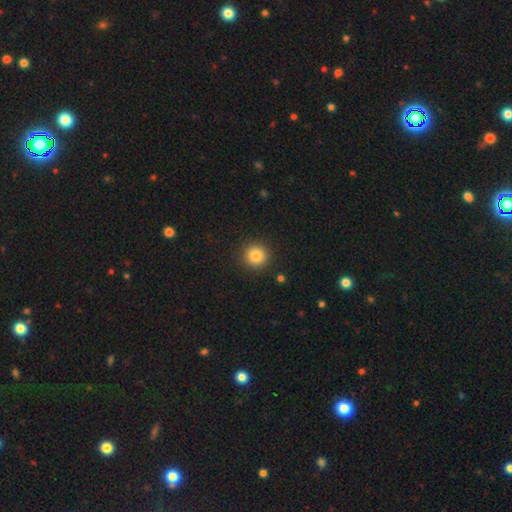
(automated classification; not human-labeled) smooth-or-featured: smooth: 84% | star or artifact: 11% | featured or disk: 5%
  how-rounded: round: 94% | in between: 5% | cigar-shaped: 1%
  merging: none: 91% | minor disturbance: 5% | major disturbance: 2% | merger: 1%